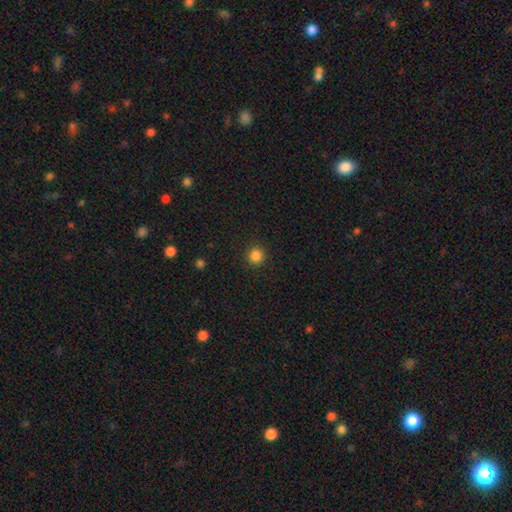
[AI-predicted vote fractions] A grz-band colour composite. It shows a smooth galaxy with no disk features (85%) that is round (95%). Merging: none (92%).